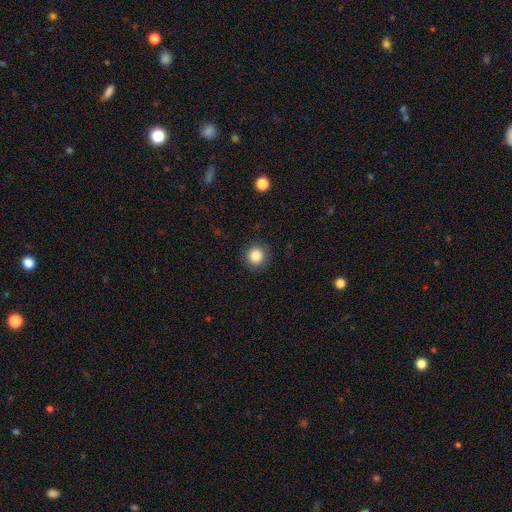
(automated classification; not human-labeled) The model was most divided on "smooth or featured": smooth: 85%, star or artifact: 10%, featured or disk: 5%. More confident: how rounded — round (94%); merging — none (90%).